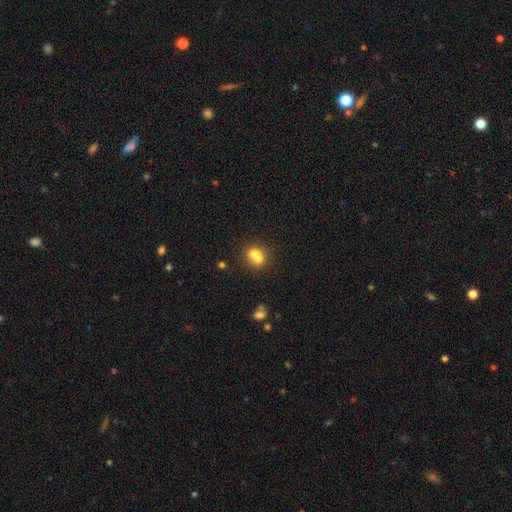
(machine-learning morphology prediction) Overall: smooth (69%). How rounded: round (65%; in between 34%). Merging: merger (59%; none 31%).